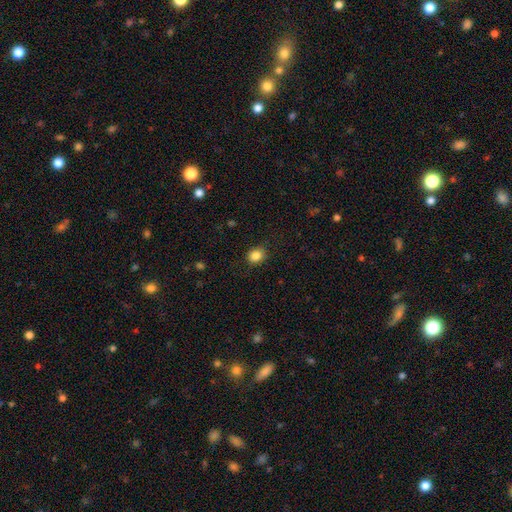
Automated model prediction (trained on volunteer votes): smooth-or-featured: smooth: 85% | star or artifact: 10% | featured or disk: 5%
  how-rounded: round: 60% | in between: 39% | cigar-shaped: 1%
  merging: none: 86% | minor disturbance: 11% | major disturbance: 3% | merger: 1%